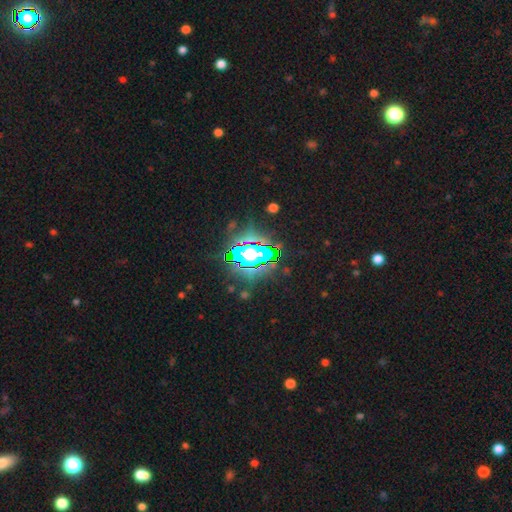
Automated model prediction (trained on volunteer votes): Smooth or featured?
  - star or artifact: 75% *
  - smooth: 14%
  - featured or disk: 12%